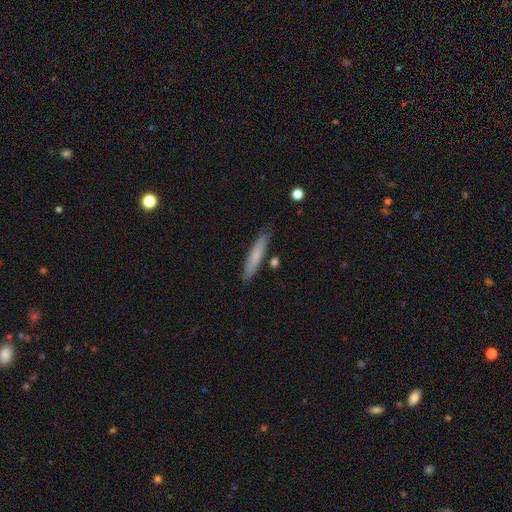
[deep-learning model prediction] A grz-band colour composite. It shows a smooth galaxy with no disk features (72%) that is cigar-shaped (90%). Merging: none (84%).